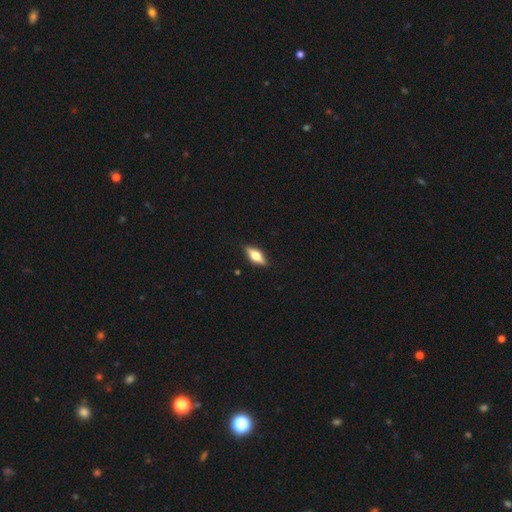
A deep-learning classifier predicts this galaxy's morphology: featured or disk 48%, smooth 45%, star or artifact 7%. Down the decision tree: merging — none (88%).